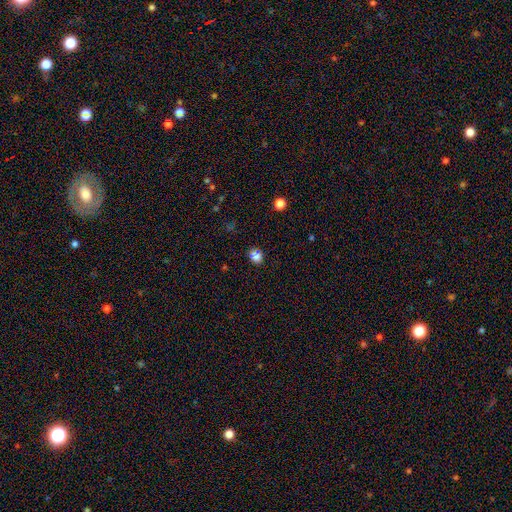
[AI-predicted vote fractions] Smooth or featured? Predicted: smooth (p=0.77). How rounded? Predicted: round (p=0.58). Merging? Predicted: none (p=0.81).